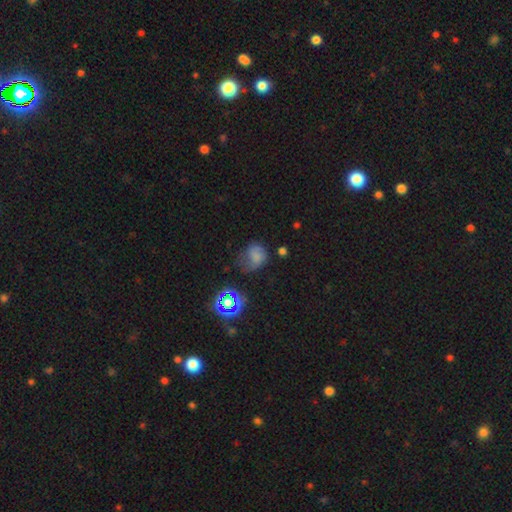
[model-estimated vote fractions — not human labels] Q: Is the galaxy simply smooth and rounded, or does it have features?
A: smooth — 59%.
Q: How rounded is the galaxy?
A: round — 55%.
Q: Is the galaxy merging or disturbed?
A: none — 32%, tied with minor disturbance and major disturbance.